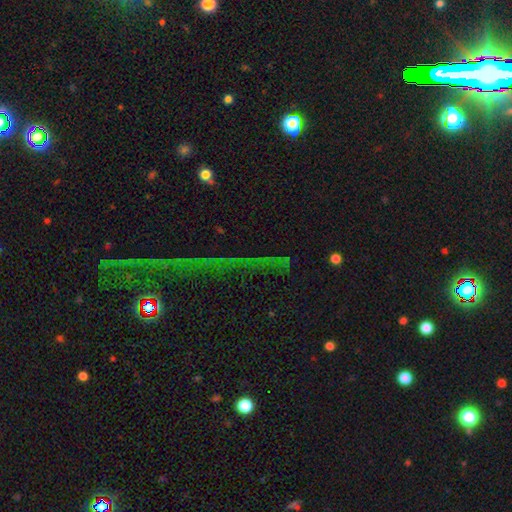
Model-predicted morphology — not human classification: star or artifact 74%, featured or disk 13%, smooth 13%.